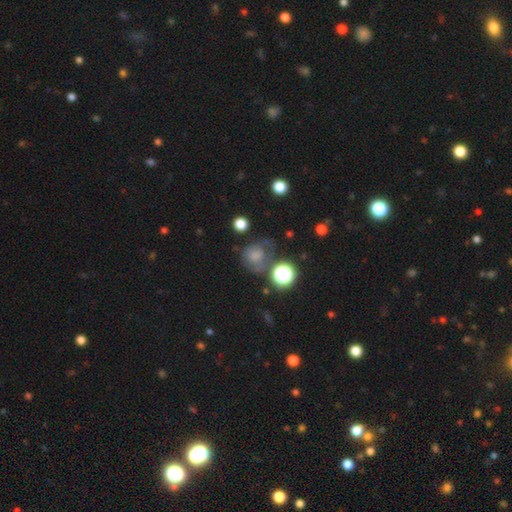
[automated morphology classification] Q: Smooth or featured?
A: smooth (64%); runner-up: star or artifact (18%)
Q: How rounded?
A: round (75%); runner-up: in between (24%)
Q: Merging?
A: none (51%); runner-up: minor disturbance (23%)